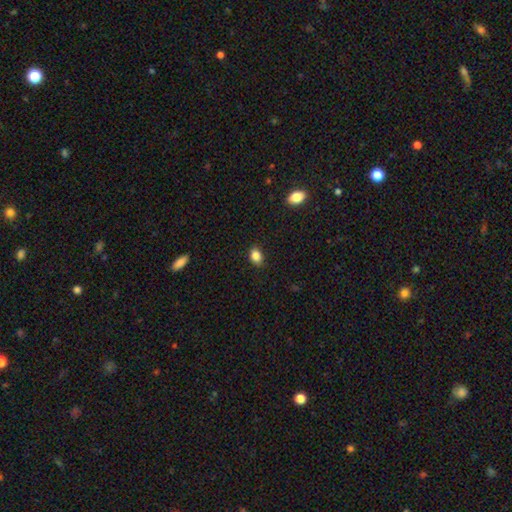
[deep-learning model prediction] Morphology: type=smooth (86%); roundness=in between (71%); merging=none (85%).